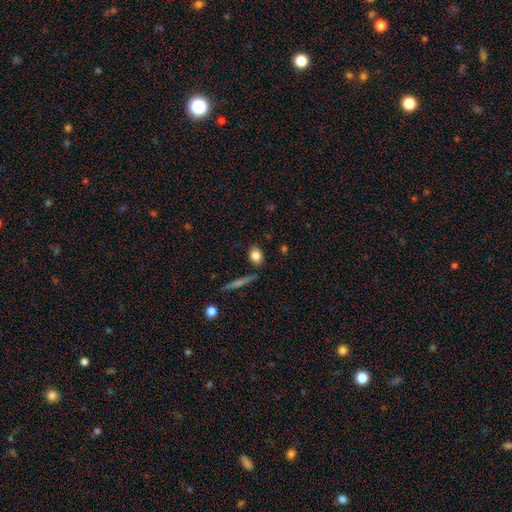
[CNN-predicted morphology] smooth 83%, featured or disk 9%, star or artifact 8%. Down the decision tree: how rounded — in between (57%); merging — none (81%).